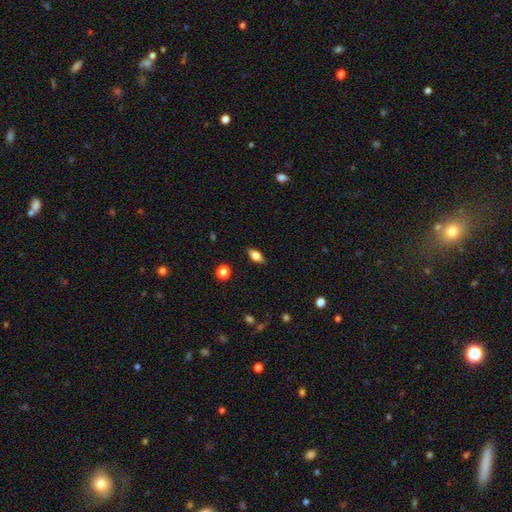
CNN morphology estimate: This is likely a smooth galaxy (74%). How rounded: clearly in between (84%). Merging: clearly none (87%).